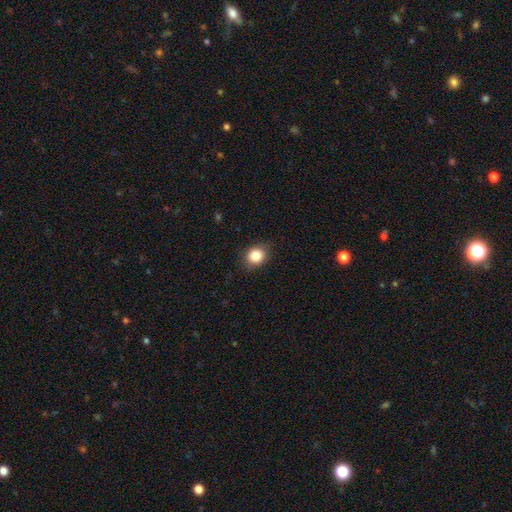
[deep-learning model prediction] Morphology: type=smooth (84%); roundness=round (72%); merging=none (86%).